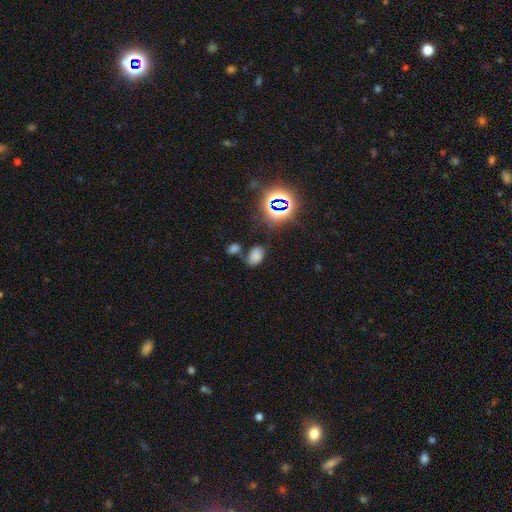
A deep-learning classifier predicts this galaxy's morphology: This is likely a smooth galaxy (64%). How rounded: clearly in between (86%). Merging: likely none (61%).